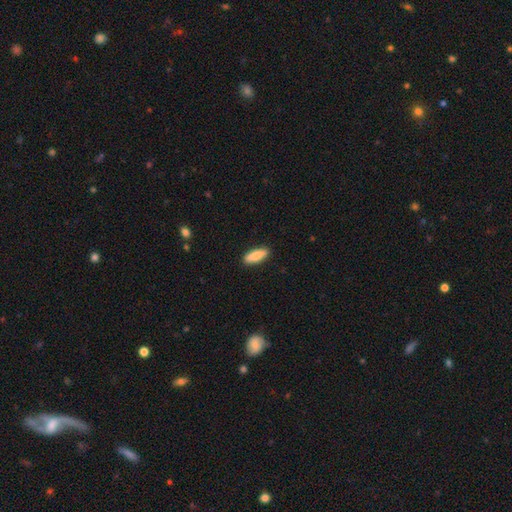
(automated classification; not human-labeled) A smooth galaxy with no disk features (84%) that is in between round and cigar-shaped (53%).

Vote fractions:
- Smooth or featured? smooth: 84% / featured or disk: 10% / star or artifact: 5%
- How rounded? in between: 53% / cigar-shaped: 45% / round: 2%
- Merging? none: 90% / minor disturbance: 7% / major disturbance: 2% / merger: 1%